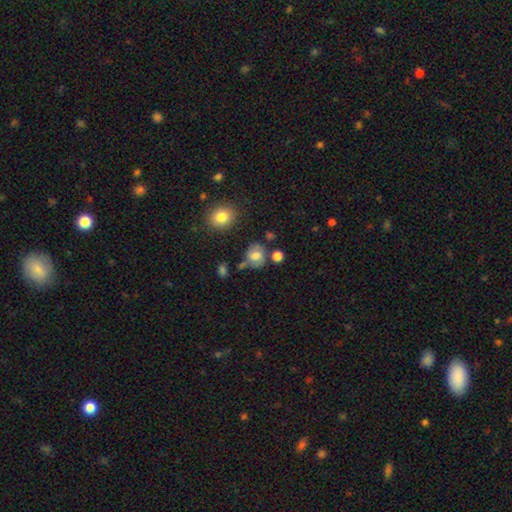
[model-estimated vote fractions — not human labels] Smooth or featured?
  - smooth: 61% *
  - featured or disk: 29%
  - star or artifact: 10%
How rounded?
  - round: 65% *
  - in between: 34%
  - cigar-shaped: 1%
Merging?
  - none: 61% *
  - minor disturbance: 21%
  - merger: 10%
  - major disturbance: 8%